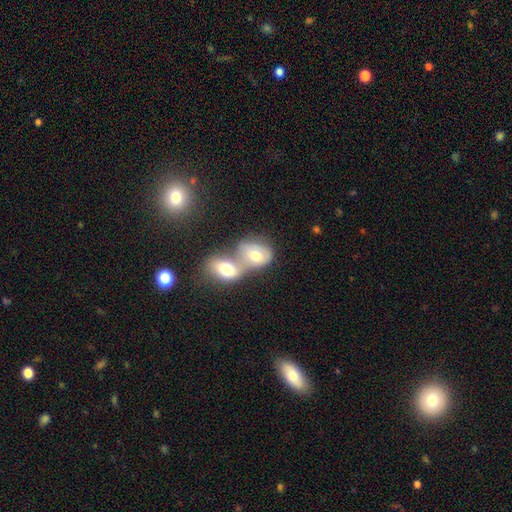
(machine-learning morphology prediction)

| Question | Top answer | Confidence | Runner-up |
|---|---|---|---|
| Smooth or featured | smooth | 67% | featured or disk (25%) |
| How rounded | in between | 66% | round (32%) |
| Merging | merger | 74% | none (15%) |